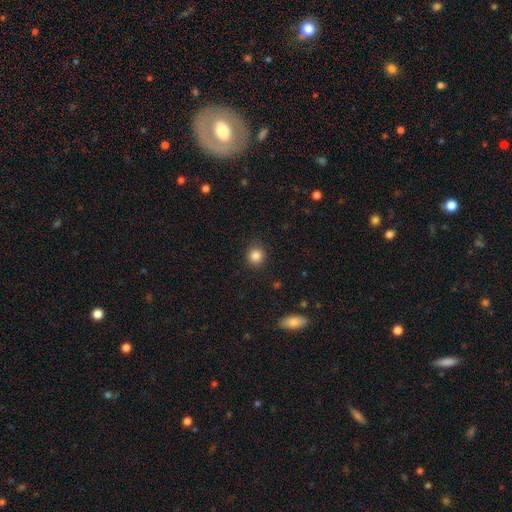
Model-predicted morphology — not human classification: smooth-or-featured: smooth: 85% | star or artifact: 11% | featured or disk: 4%
  how-rounded: round: 90% | in between: 9% | cigar-shaped: 1%
  merging: none: 89% | minor disturbance: 7% | major disturbance: 2% | merger: 1%